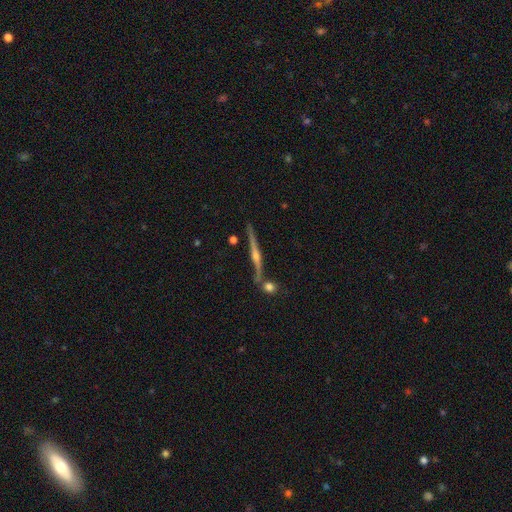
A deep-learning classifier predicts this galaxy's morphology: smooth_or_featured: featured or disk (p=0.85) [alt: smooth p=0.09]
disk_edge_on: yes (p=0.98) [alt: no p=0.02]
edge_on_bulge: rounded (p=0.89) [alt: none p=0.06]
merging: none (p=0.82) [alt: merger p=0.08]